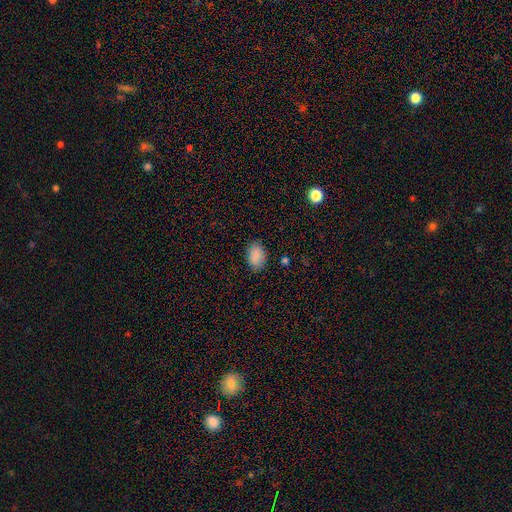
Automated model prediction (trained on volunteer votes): Smooth or featured? Predicted: smooth (p=0.89). How rounded? Predicted: in between (p=0.88). Merging? Predicted: none (p=0.85).